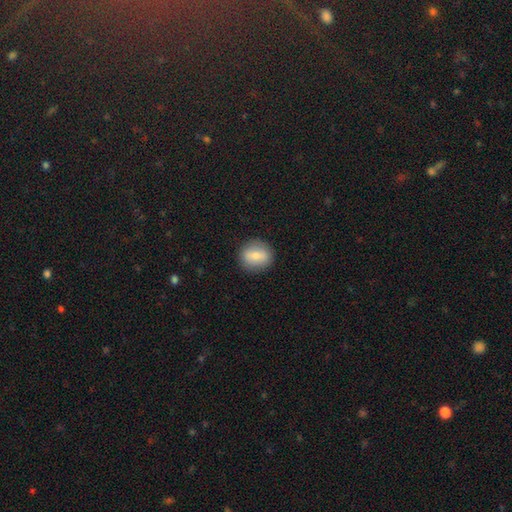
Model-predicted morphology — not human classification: A smooth galaxy with no disk features (74%) that is round (74%).

Vote fractions:
- Smooth or featured? smooth: 74% / featured or disk: 19% / star or artifact: 8%
- How rounded? round: 74% / in between: 25% / cigar-shaped: 2%
- Merging? none: 88% / minor disturbance: 8% / major disturbance: 2% / merger: 1%